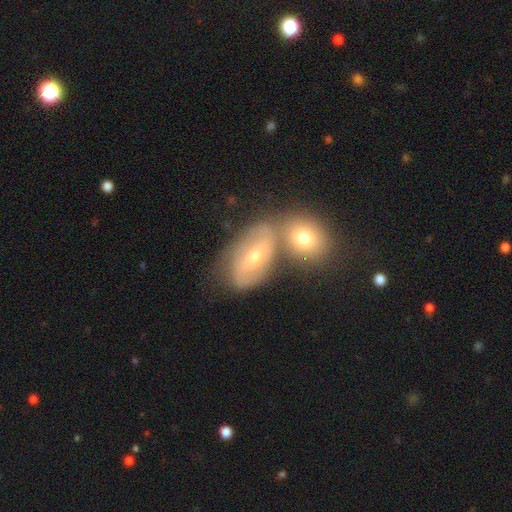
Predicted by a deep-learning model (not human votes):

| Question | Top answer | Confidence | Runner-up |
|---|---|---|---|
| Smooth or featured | featured or disk | 56% | smooth (35%) |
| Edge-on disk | no | 92% | yes (8%) |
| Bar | weak | 40% | no (37%) |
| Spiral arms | yes | 68% | no (32%) |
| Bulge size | moderate | 51% | small (44%) |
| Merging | merger | 42% | none (40%) |